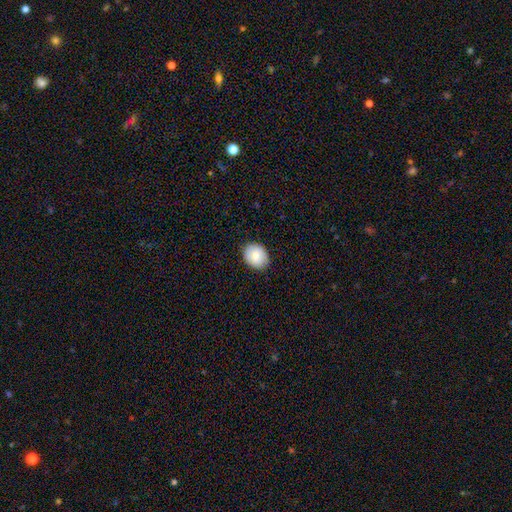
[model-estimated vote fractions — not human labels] This is clearly a smooth galaxy (81%). How rounded: possibly in between (54%). Merging: clearly none (86%).